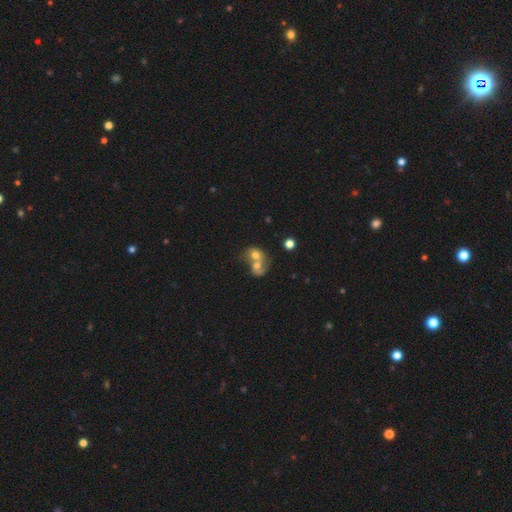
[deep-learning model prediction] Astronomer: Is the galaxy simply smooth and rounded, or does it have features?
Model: smooth — 54% (runner-up: featured or disk, 36%).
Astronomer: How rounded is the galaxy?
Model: round — 55% (runner-up: in between, 43%).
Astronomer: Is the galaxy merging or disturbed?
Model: merger — 80%.